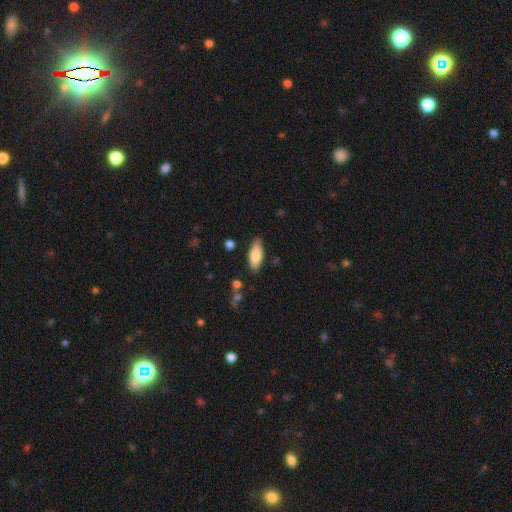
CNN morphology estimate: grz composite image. It shows a smooth galaxy with no disk features (78%) that is in between round and cigar-shaped (72%). Merging: none (84%).